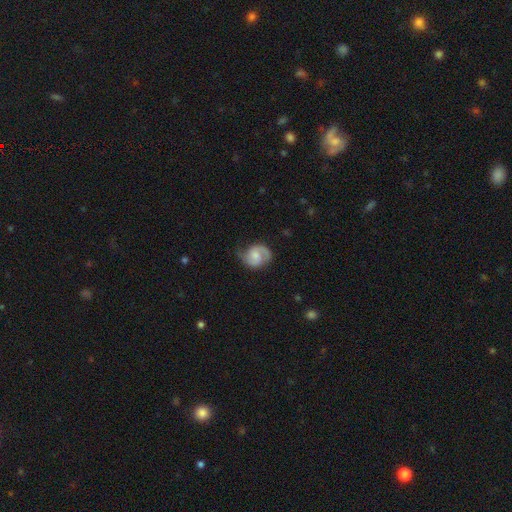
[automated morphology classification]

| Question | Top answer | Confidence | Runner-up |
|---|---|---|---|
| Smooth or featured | featured or disk | 77% | smooth (17%) |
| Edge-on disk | no | 98% | yes (2%) |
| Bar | no | 46% | weak (45%) |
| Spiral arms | yes | 95% | no (5%) |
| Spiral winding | medium | 50% | tight (31%) |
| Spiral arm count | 2 | 84% | 1 (9%) |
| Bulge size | moderate | 36% | small (33%) |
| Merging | none | 67% | minor disturbance (23%) |